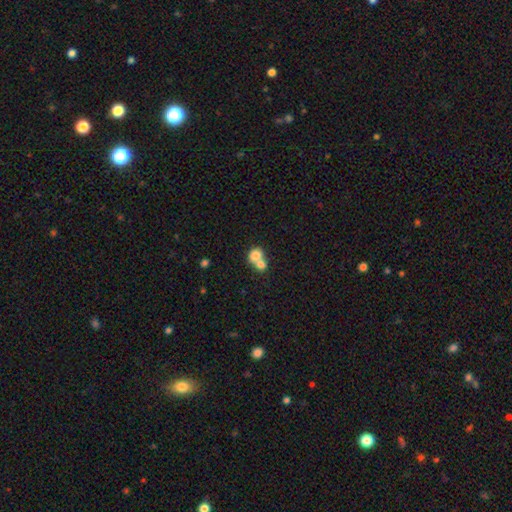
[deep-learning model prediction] The model was most divided on "how rounded": round: 67%, in between: 32%, cigar-shaped: 1%. More confident: smooth or featured — smooth (76%); merging — merger (69%).